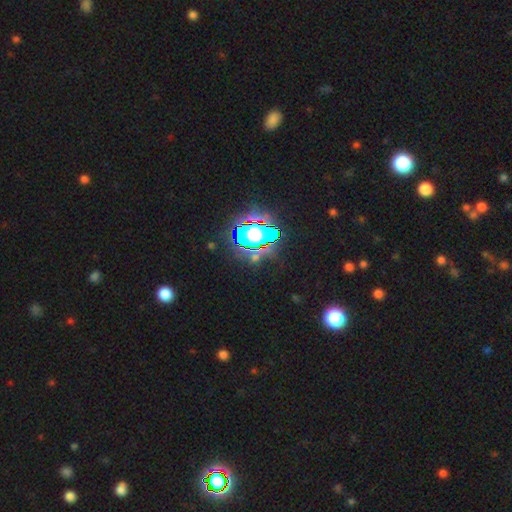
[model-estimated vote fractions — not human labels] A star or artifact, not a galaxy (63%).